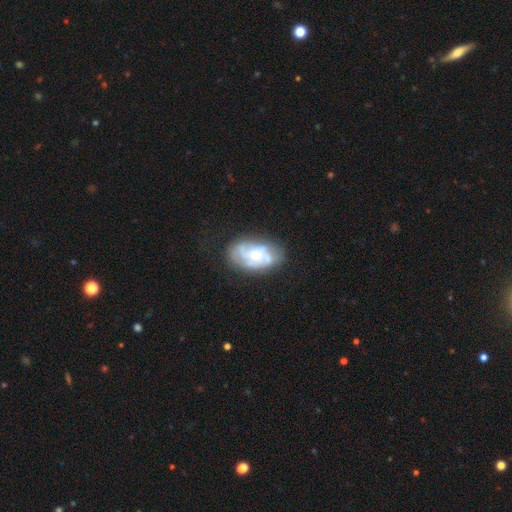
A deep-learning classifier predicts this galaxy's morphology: Overall: featured or disk (68%). Edge-on disk: no (96%). Bar: no (78%). Spiral arms: yes (66%; no 34%). Bulge size: small (54%; moderate 40%). Merging: none (55%; minor disturbance 24%).